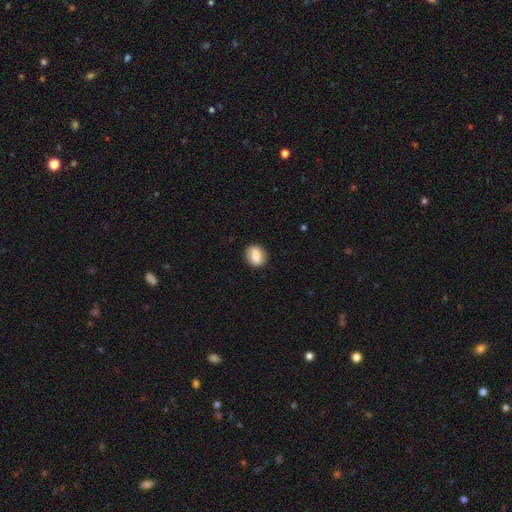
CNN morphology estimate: Smooth or featured? Predicted: smooth (p=0.70). How rounded? Predicted: round (p=0.55). Merging? Predicted: none (p=0.86).